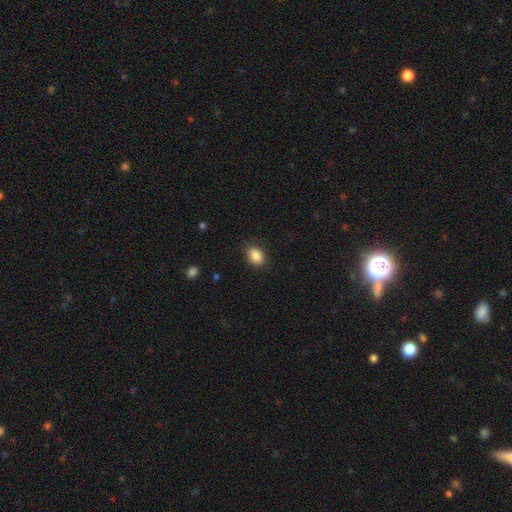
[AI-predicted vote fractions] Smooth or featured?
  - smooth: 88% *
  - star or artifact: 8%
  - featured or disk: 4%
How rounded?
  - in between: 84% *
  - round: 15%
  - cigar-shaped: 1%
Merging?
  - none: 84% *
  - minor disturbance: 12%
  - major disturbance: 3%
  - merger: 1%